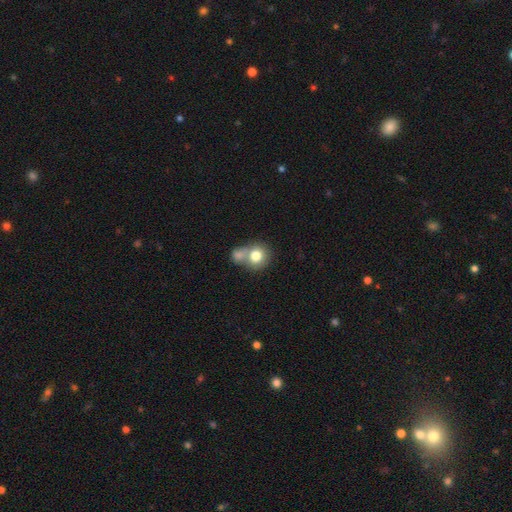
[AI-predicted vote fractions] Smooth or featured? smooth (77%)
How rounded? round (77%)
Merging? merger (51%)